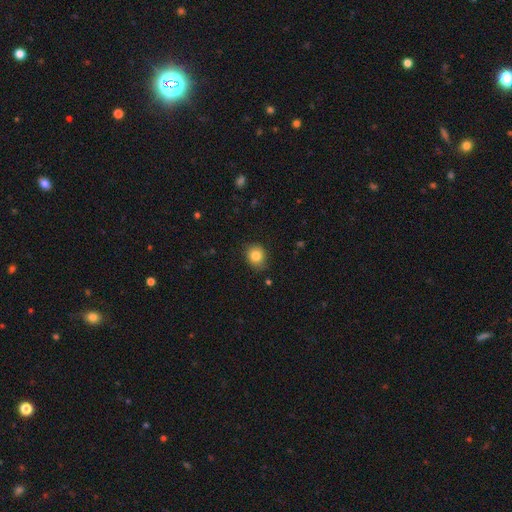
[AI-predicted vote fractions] smooth-or-featured: smooth: 84% | star or artifact: 10% | featured or disk: 6%
  how-rounded: round: 71% | in between: 28% | cigar-shaped: 1%
  merging: none: 82% | minor disturbance: 14% | major disturbance: 3% | merger: 1%